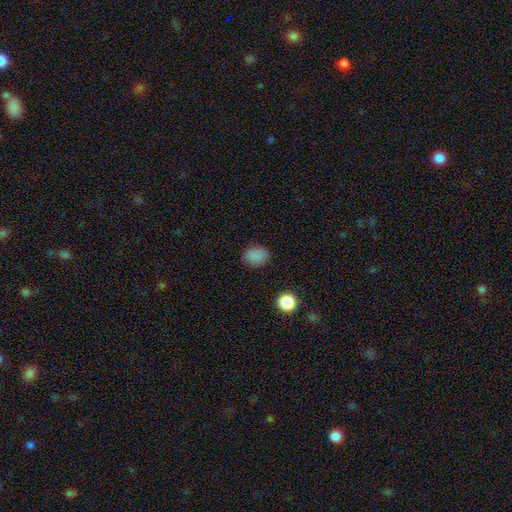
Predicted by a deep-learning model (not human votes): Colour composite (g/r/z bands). It shows a smooth galaxy with no disk features (85%) that is in between round and cigar-shaped (60%). Merging: none (86%).